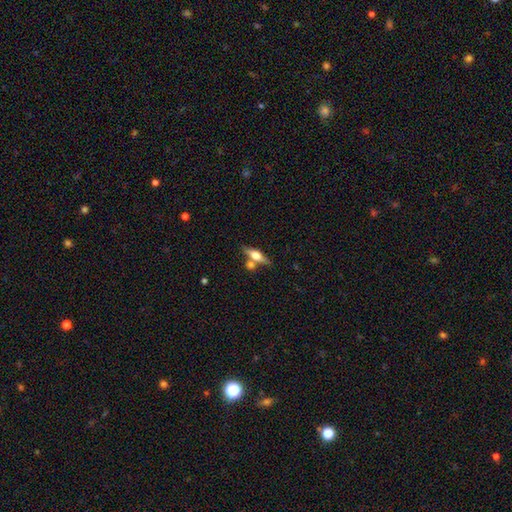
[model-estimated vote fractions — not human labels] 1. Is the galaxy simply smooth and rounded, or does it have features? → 54% featured or disk, 38% smooth, 7% star or artifact.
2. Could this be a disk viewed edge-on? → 92% yes, 8% no.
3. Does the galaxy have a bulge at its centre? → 93% rounded, 5% boxy, 2% none.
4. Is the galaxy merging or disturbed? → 65% none, 21% merger, 11% minor disturbance, 3% major disturbance.